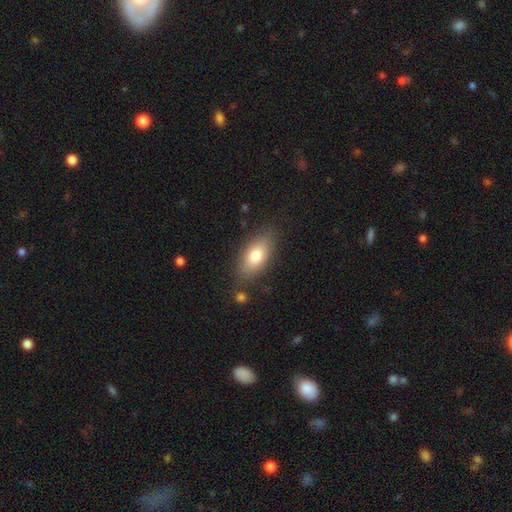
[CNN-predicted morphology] Smooth or featured? Predicted: smooth (p=0.75). How rounded? Predicted: in between (p=0.86). Merging? Predicted: none (p=0.79).